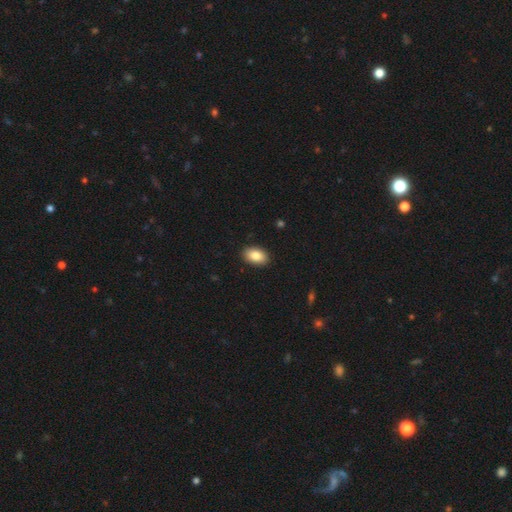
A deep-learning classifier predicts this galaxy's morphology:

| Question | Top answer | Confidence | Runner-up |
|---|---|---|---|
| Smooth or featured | smooth | 85% | featured or disk (8%) |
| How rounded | in between | 92% | round (7%) |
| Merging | none | 90% | minor disturbance (8%) |